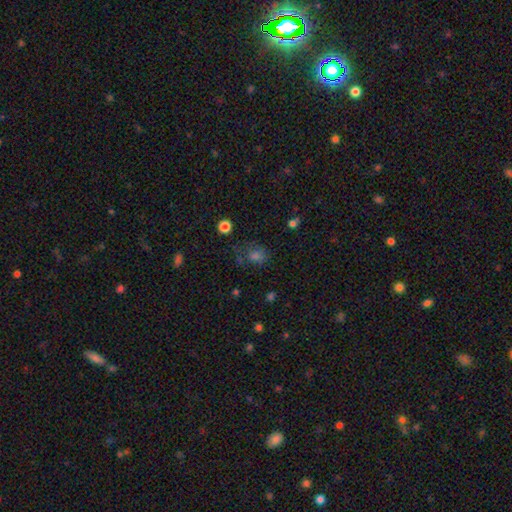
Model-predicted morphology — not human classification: Overall: smooth (59%; star or artifact 28%). How rounded: round (53%; in between 45%). Merging: none (56%; minor disturbance 22%).